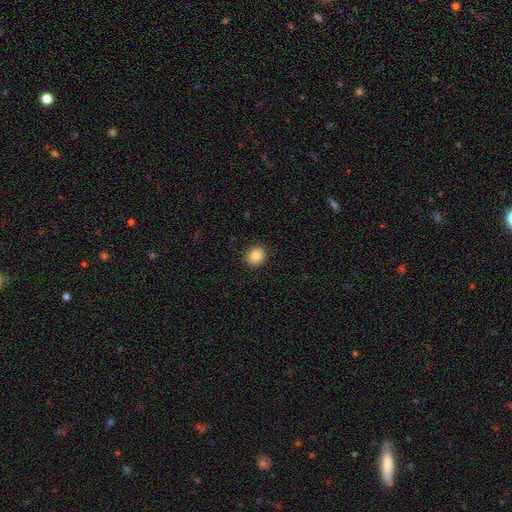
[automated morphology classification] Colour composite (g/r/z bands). It shows a smooth galaxy with no disk features (87%) that is round (69%). Merging: none (90%).